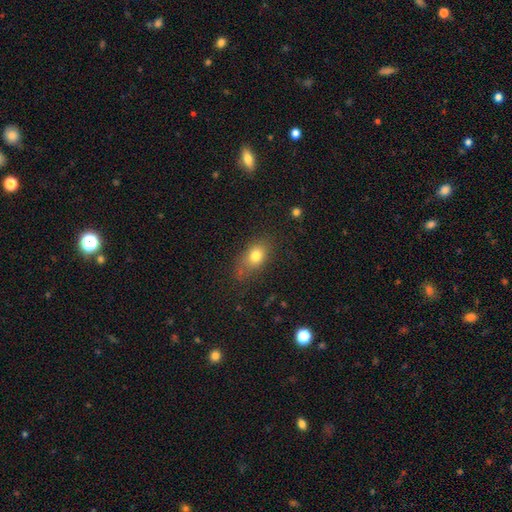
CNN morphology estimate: A smooth galaxy with no disk features (77%) that is in between round and cigar-shaped (72%).

Vote fractions:
- Smooth or featured? smooth: 77% / featured or disk: 11% / star or artifact: 11%
- How rounded? in between: 72% / round: 24% / cigar-shaped: 4%
- Merging? none: 65% / minor disturbance: 23% / major disturbance: 9% / merger: 3%